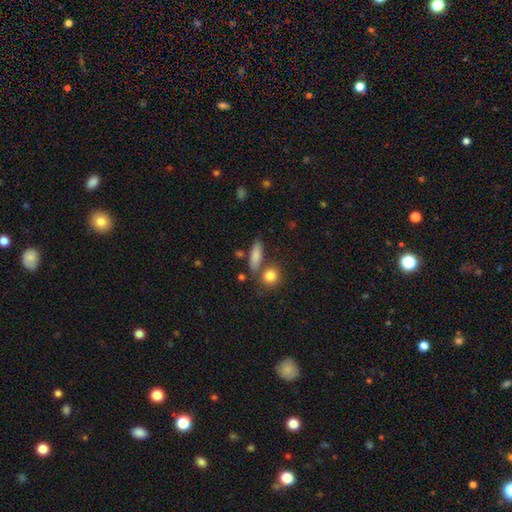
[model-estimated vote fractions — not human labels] Morphology: type=smooth (82%); roundness=in between (50%); merging=none (69%).